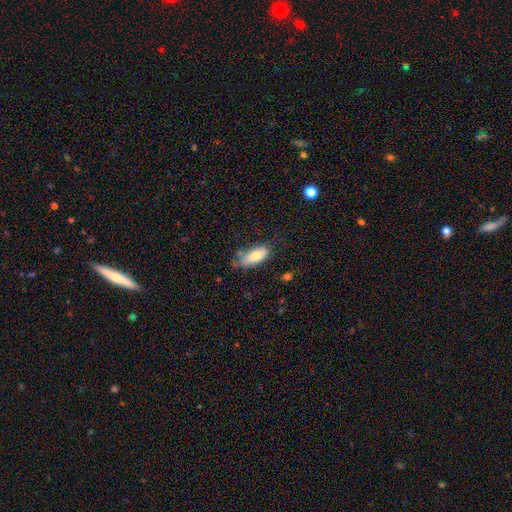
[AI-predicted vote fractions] Morphology: type=smooth (76%); roundness=in between (84%); merging=none (62%).